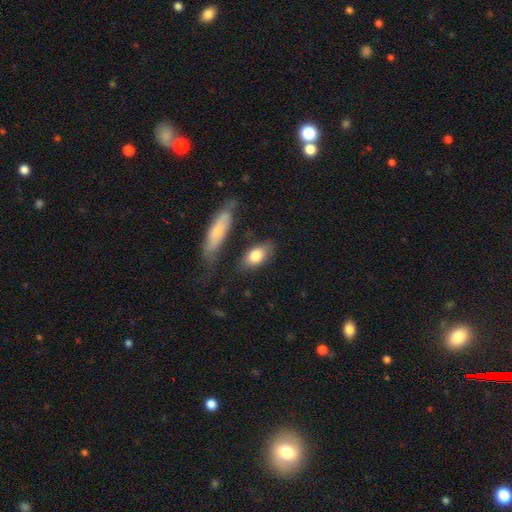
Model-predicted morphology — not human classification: Smooth or featured?
  - smooth: 78% *
  - featured or disk: 15%
  - star or artifact: 6%
How rounded?
  - in between: 84% *
  - cigar-shaped: 9%
  - round: 7%
Merging?
  - none: 74% *
  - minor disturbance: 15%
  - merger: 6%
  - major disturbance: 5%